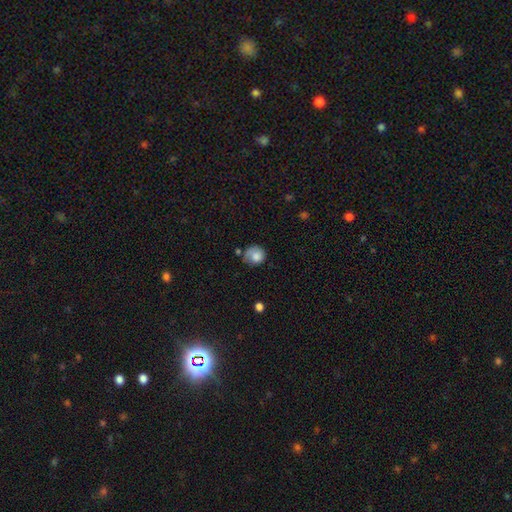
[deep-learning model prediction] smooth-or-featured: smooth: 75% | featured or disk: 17% | star or artifact: 8%
  how-rounded: round: 77% | in between: 22% | cigar-shaped: 1%
  merging: none: 53% | minor disturbance: 29% | major disturbance: 12% | merger: 6%